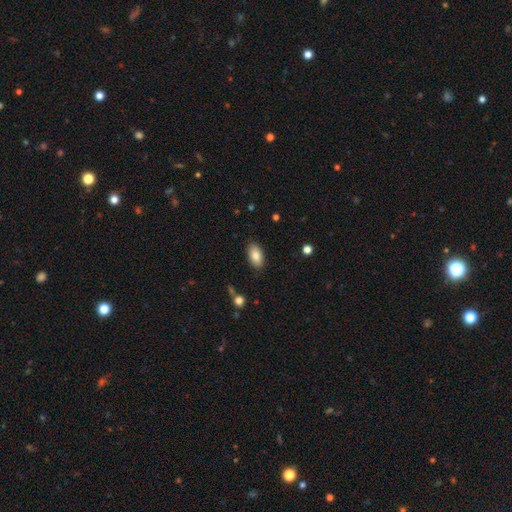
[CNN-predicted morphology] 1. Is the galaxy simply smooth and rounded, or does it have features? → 84% smooth, 9% featured or disk, 7% star or artifact.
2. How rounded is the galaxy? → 93% in between, 4% round, 3% cigar-shaped.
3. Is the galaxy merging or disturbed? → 87% none, 10% minor disturbance, 2% major disturbance, 1% merger.